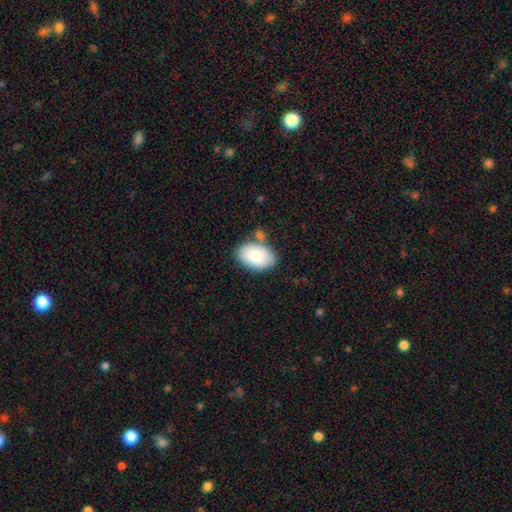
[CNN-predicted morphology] A smooth galaxy with no disk features (83%) that is in between round and cigar-shaped (93%). Merging: none (69%).